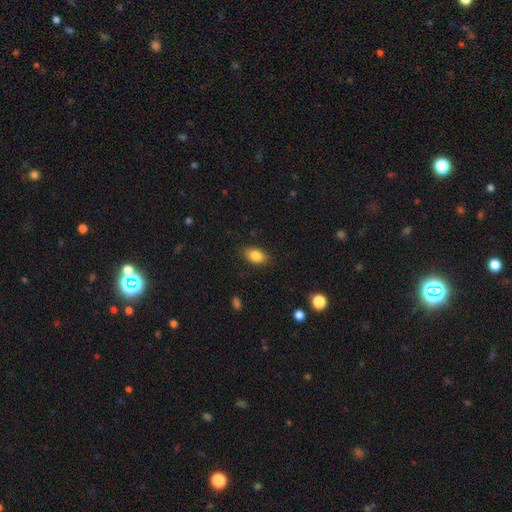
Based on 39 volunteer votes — smooth 82%, star or artifact 10%, featured or disk 8%. Down the decision tree: how rounded — in between (91%); merging — none (86%).